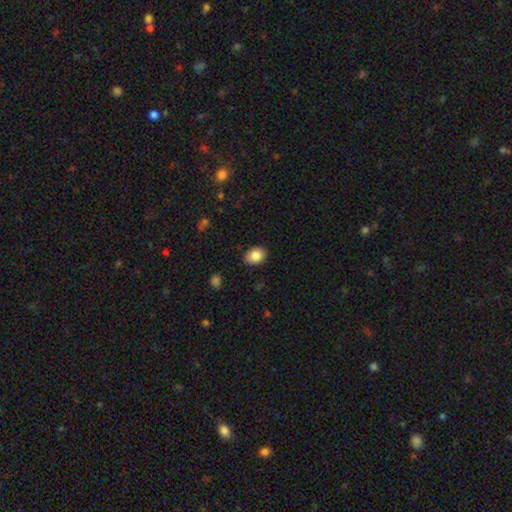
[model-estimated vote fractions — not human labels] Smooth or featured? Predicted: smooth (p=0.86). How rounded? Predicted: in between (p=0.66). Merging? Predicted: none (p=0.87).